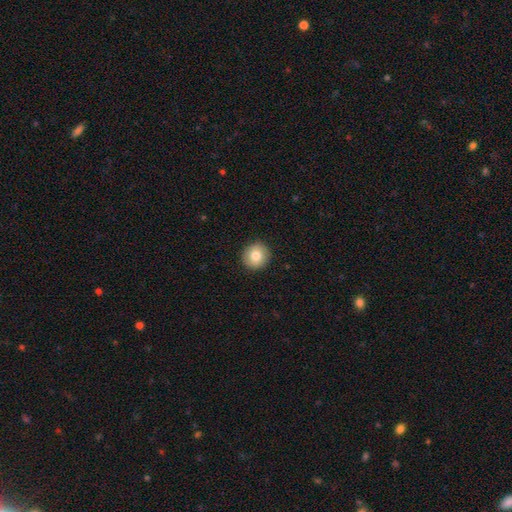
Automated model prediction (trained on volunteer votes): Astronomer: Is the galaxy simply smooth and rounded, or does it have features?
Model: smooth — 81%.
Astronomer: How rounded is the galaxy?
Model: round — 93%.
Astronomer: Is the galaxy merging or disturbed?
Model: none — 92%.